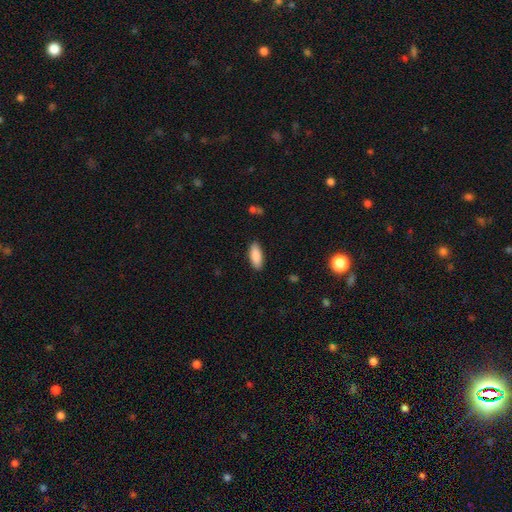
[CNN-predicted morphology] This is clearly a smooth galaxy (89%). How rounded: clearly in between (81%). Merging: clearly none (88%).